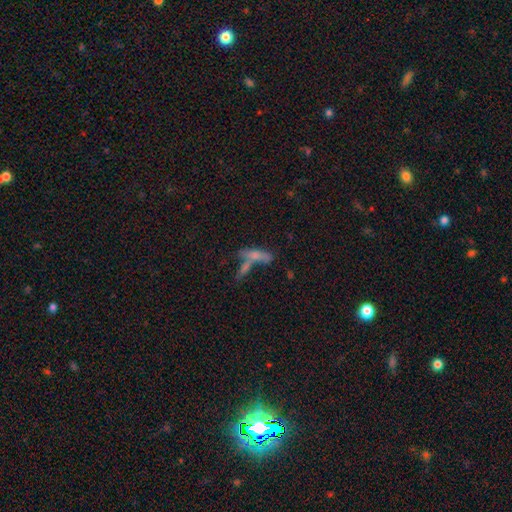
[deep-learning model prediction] Smooth or featured? smooth (61%)
How rounded? cigar-shaped (62%)
Merging? merger (48%)